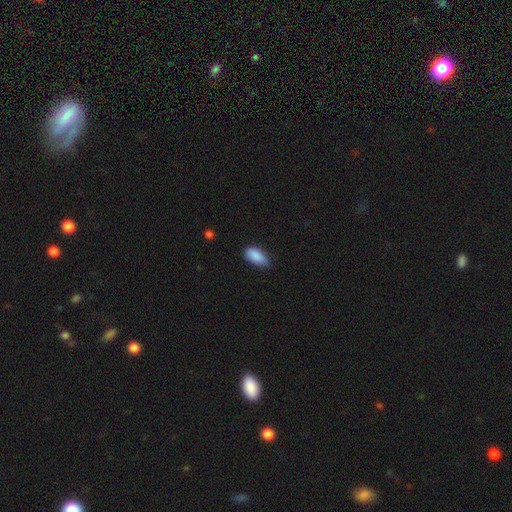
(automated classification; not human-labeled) The model was most divided on "merging": none: 66%, minor disturbance: 29%, major disturbance: 4%, merger: 1%. More confident: how rounded — in between (91%); smooth or featured — smooth (89%).